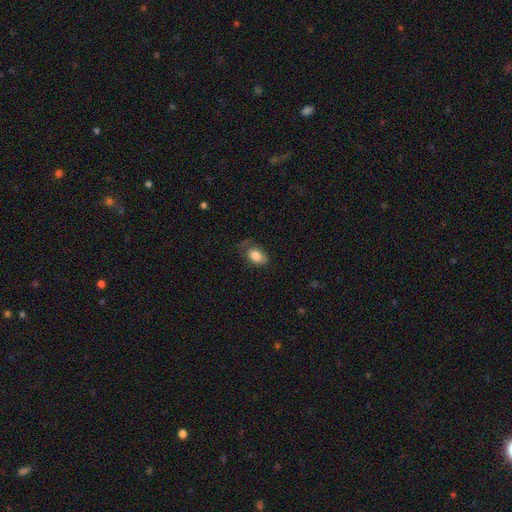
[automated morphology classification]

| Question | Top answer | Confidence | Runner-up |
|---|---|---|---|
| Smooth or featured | smooth | 82% | featured or disk (10%) |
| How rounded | in between | 88% | round (11%) |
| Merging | none | 57% | minor disturbance (28%) |